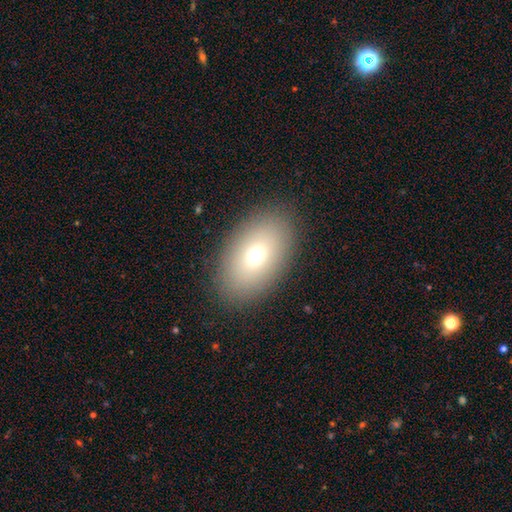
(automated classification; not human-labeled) This is likely a smooth galaxy (71%). How rounded: clearly in between (89%). Merging: clearly none (88%).